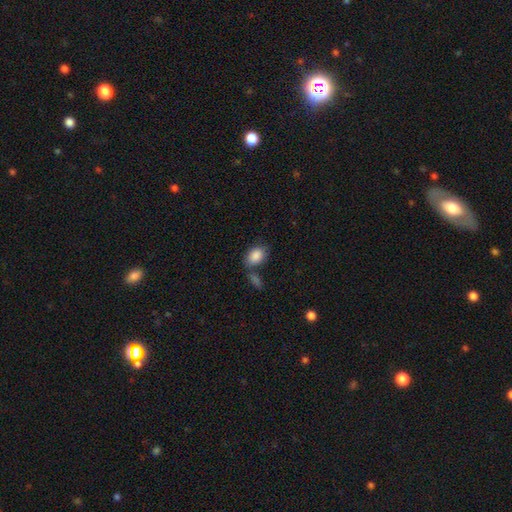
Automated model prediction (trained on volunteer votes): This is clearly a smooth galaxy (87%). How rounded: clearly in between (83%). Merging: possibly none (58%).